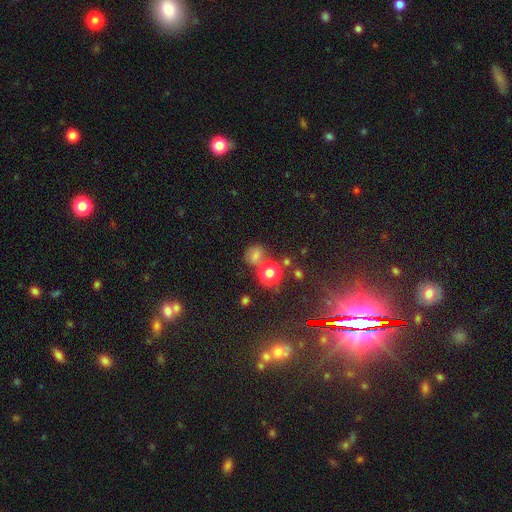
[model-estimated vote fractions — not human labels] A smooth galaxy with no disk features (67%) that is round (76%). Merging: none (65%).